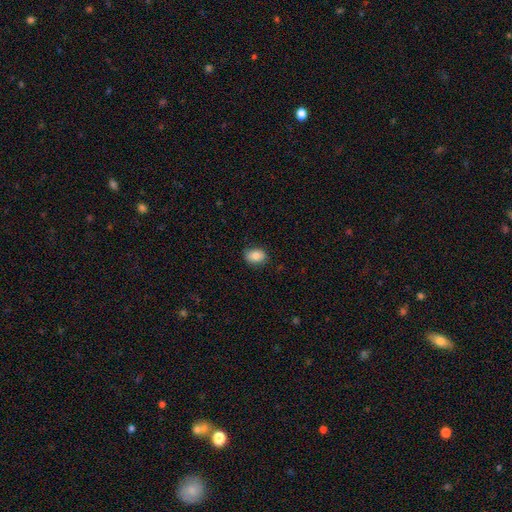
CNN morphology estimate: smooth_or_featured: smooth (p=0.83) [alt: featured or disk p=0.09]
how_rounded: in between (p=0.73) [alt: round p=0.26]
merging: none (p=0.84) [alt: minor disturbance p=0.13]